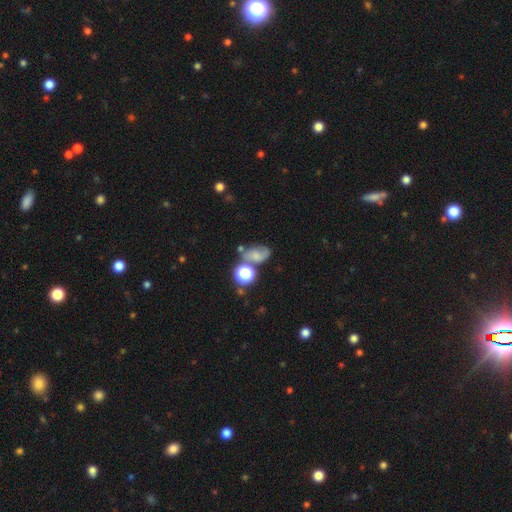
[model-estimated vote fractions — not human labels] The model was most divided on "smooth or featured": smooth: 48%, featured or disk: 32%, star or artifact: 20%. Remaining: merging — none (45%).